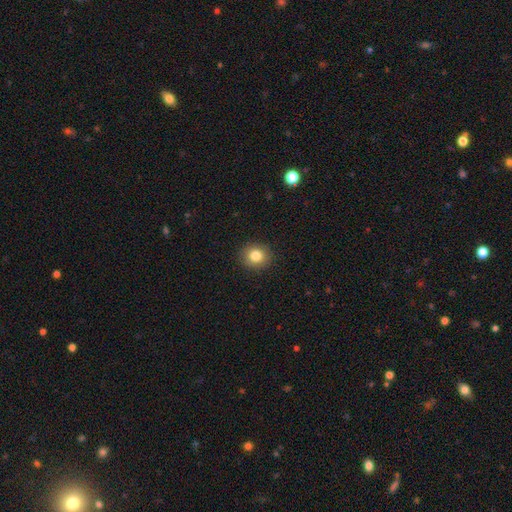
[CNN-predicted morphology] This appears to be a smooth galaxy with no disk features (83%) that is round (84%). Merging: none (91%).